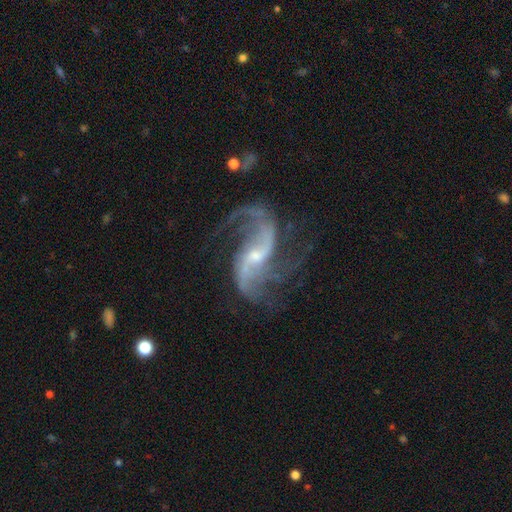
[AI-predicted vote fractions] This appears to be a featured or disk galaxy (91%) with a weak bar (45%), 2 (74%) loose (69%) spiral arms (97%) and a small central bulge (66%). Merging: none (64%).